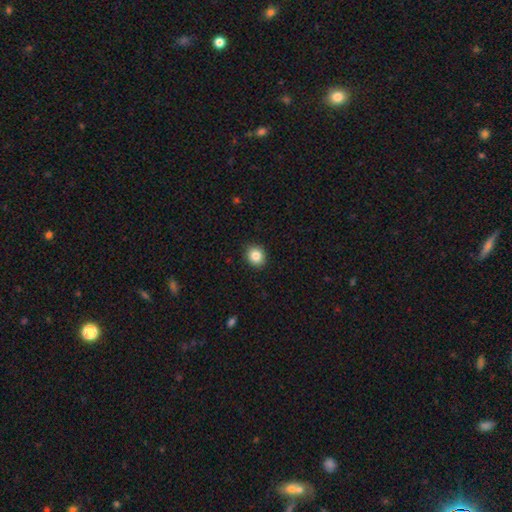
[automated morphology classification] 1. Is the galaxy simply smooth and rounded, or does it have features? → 85% smooth, 10% star or artifact, 6% featured or disk.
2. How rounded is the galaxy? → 68% round, 31% in between, 1% cigar-shaped.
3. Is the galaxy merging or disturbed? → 90% none, 7% minor disturbance, 2% major disturbance, 1% merger.